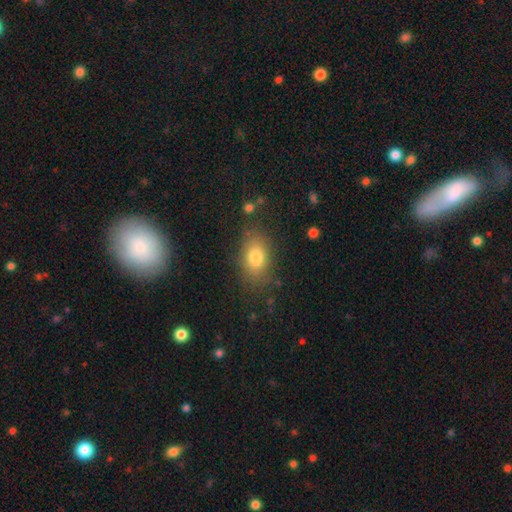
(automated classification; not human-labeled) smooth_or_featured: smooth (p=0.76) [alt: featured or disk p=0.12]
how_rounded: in between (p=0.83) [alt: round p=0.14]
merging: none (p=0.81) [alt: minor disturbance p=0.13]